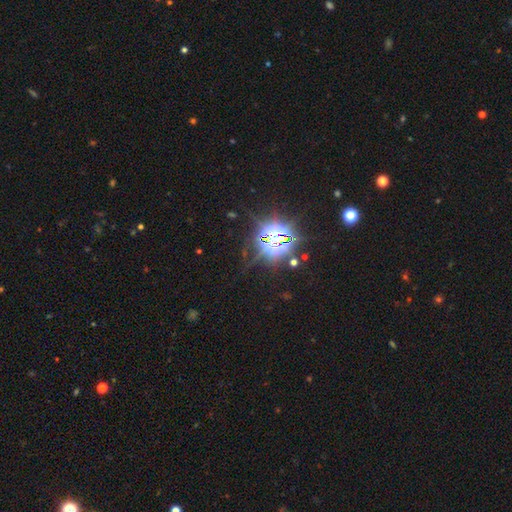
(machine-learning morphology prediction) A star or artifact, not a galaxy (85%).